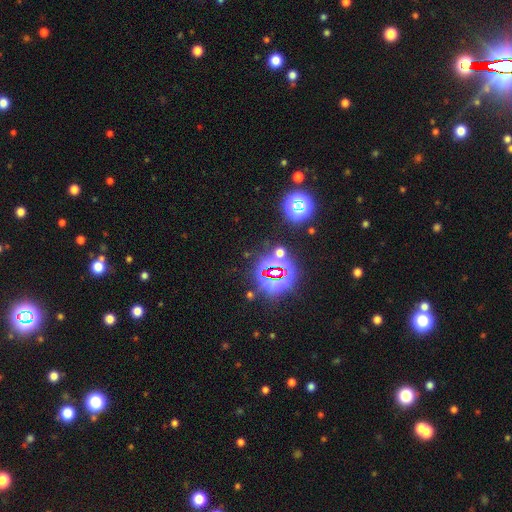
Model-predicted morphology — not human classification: smooth_or_featured: star or artifact (p=0.82) [alt: smooth p=0.11]